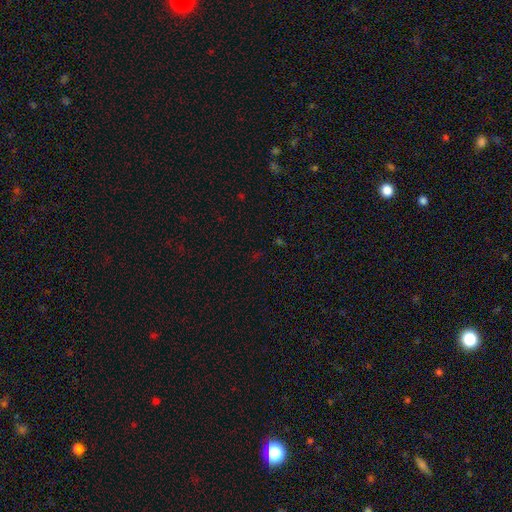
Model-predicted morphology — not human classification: smooth-or-featured: star or artifact: 69% | smooth: 24% | featured or disk: 8%